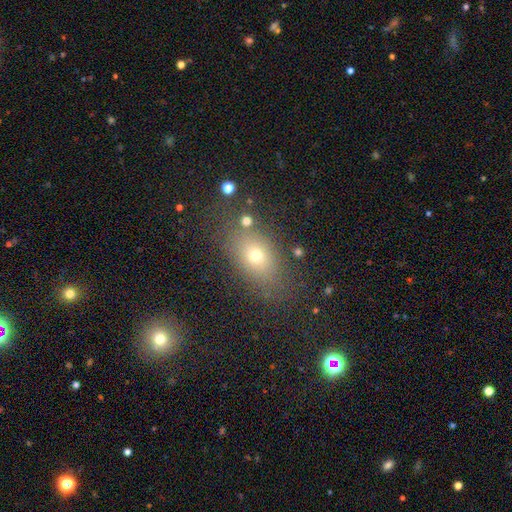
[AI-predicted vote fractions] This appears to be a smooth galaxy with no disk features (68%) that is in between round and cigar-shaped (74%). Merging: none (76%).